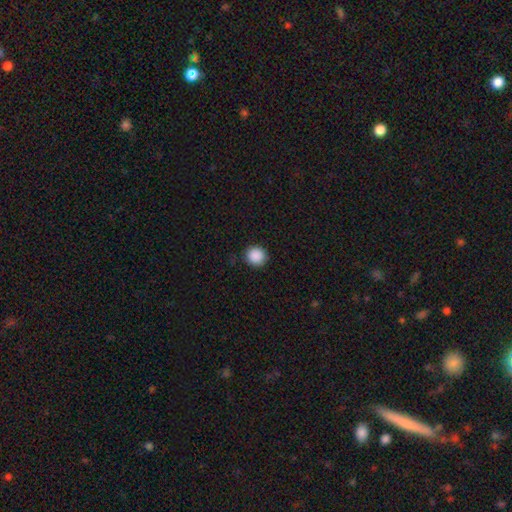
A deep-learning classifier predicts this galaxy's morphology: type=smooth (89%); roundness=round (93%); merging=none (90%).